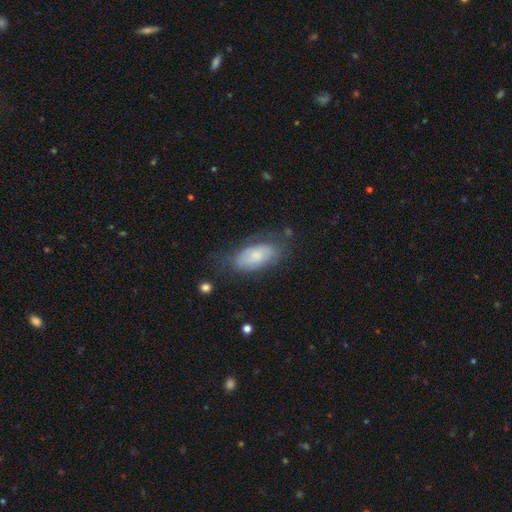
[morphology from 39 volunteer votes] smooth 59%, featured or disk 36%, star or artifact 5%. Down the decision tree: how rounded — in between (91%); merging — none (49%).